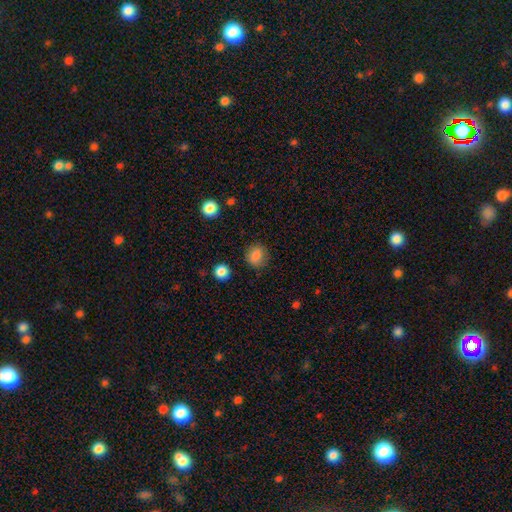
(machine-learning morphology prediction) Smooth or featured? smooth (85%)
How rounded? round (77%)
Merging? none (85%)